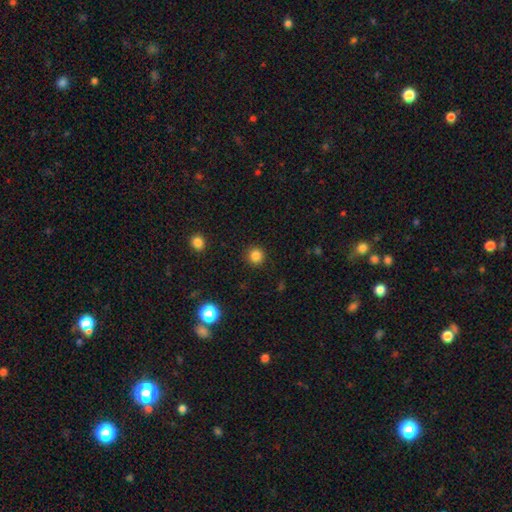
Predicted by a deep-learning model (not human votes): smooth-or-featured: smooth: 84% | star or artifact: 12% | featured or disk: 4%
  how-rounded: round: 94% | in between: 5% | cigar-shaped: 1%
  merging: none: 92% | minor disturbance: 5% | major disturbance: 2% | merger: 1%